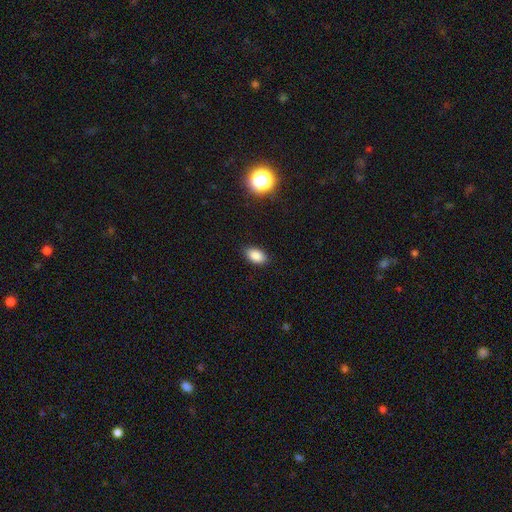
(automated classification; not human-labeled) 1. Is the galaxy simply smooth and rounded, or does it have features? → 86% smooth, 10% star or artifact, 4% featured or disk.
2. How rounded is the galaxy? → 90% in between, 8% round, 2% cigar-shaped.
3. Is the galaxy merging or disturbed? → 87% none, 10% minor disturbance, 2% major disturbance, 1% merger.